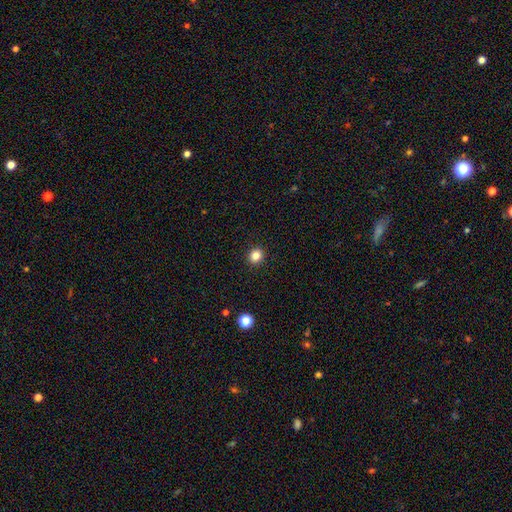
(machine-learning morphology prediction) A smooth galaxy with no disk features (84%) that is round (82%). Merging: none (93%).